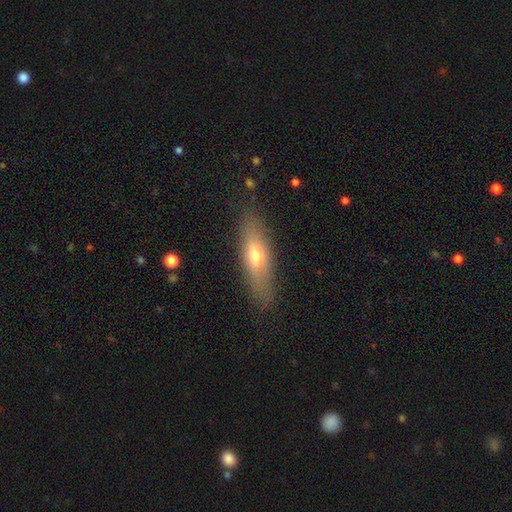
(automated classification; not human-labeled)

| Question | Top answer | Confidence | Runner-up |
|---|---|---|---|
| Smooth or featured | smooth | 56% | featured or disk (36%) |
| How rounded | cigar-shaped | 56% | in between (41%) |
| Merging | none | 84% | minor disturbance (11%) |